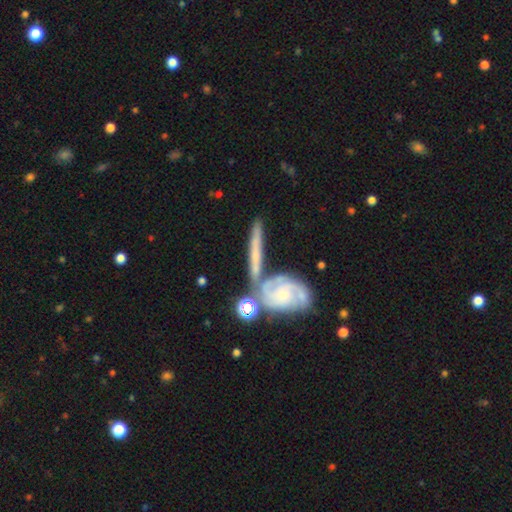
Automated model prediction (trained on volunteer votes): A featured or disk galaxy (66%).

Vote fractions:
- Smooth or featured? featured or disk: 66% / smooth: 26% / star or artifact: 9%
- Edge-on disk? no: 53% / yes: 47%
- Merging? none: 50% / merger: 30% / minor disturbance: 14% / major disturbance: 6%